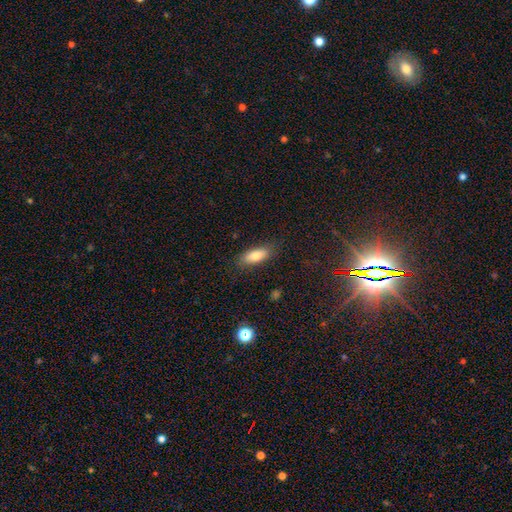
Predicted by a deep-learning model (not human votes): smooth 79%, featured or disk 14%, star or artifact 8%. Down the decision tree: how rounded — in between (76%); merging — none (83%).